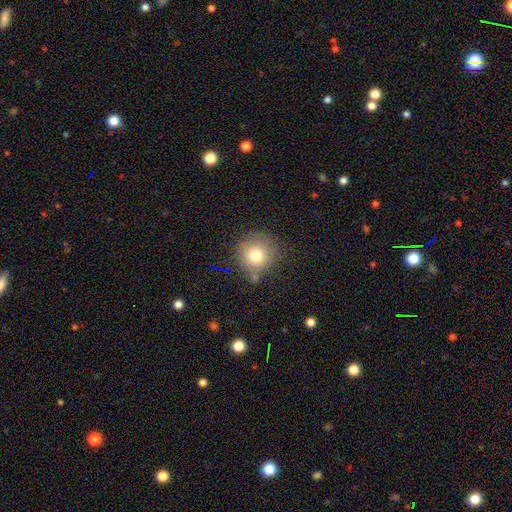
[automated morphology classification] smooth_or_featured: smooth (p=0.76) [alt: star or artifact p=0.13]
how_rounded: round (p=0.91) [alt: in between p=0.08]
merging: none (p=0.71) [alt: minor disturbance p=0.18]